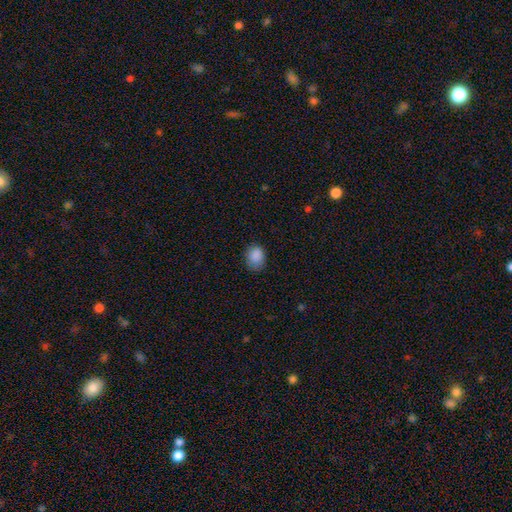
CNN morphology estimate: Smooth or featured? Predicted: smooth (p=0.87). How rounded? Predicted: in between (p=0.55). Merging? Predicted: none (p=0.72).